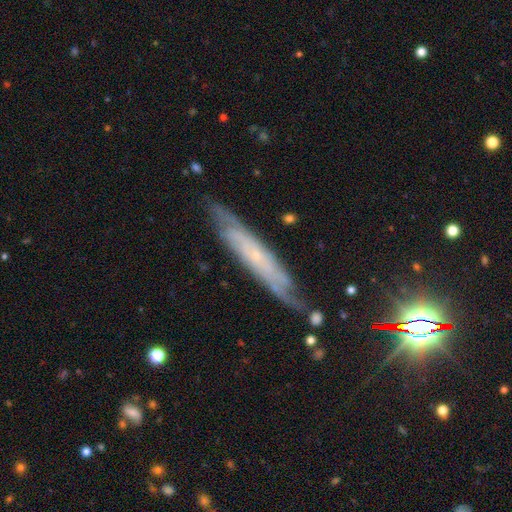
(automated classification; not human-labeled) smooth_or_featured: featured or disk (p=0.72) [alt: smooth p=0.18]
disk_edge_on: yes (p=0.50) [tied with: no p=0.50]
merging: none (p=0.76) [alt: minor disturbance p=0.18]